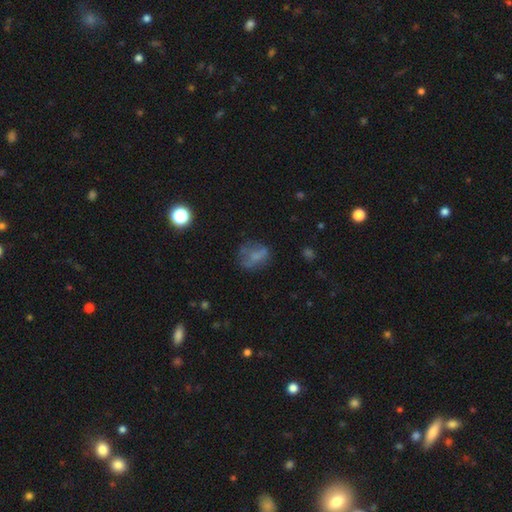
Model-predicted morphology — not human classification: A smooth galaxy with no disk features (55%) that is in between round and cigar-shaped (53%).

Vote fractions:
- Smooth or featured? smooth: 55% / featured or disk: 29% / star or artifact: 16%
- How rounded? in between: 53% / round: 44% / cigar-shaped: 3%
- Merging? none: 50% / minor disturbance: 23% / major disturbance: 22% / merger: 4%